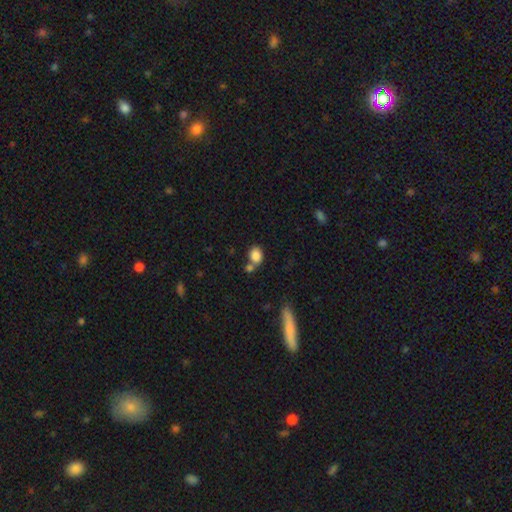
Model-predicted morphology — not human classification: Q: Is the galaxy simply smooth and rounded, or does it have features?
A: smooth — 84%.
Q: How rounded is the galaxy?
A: in between — 51%.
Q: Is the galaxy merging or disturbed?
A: none — 52%.